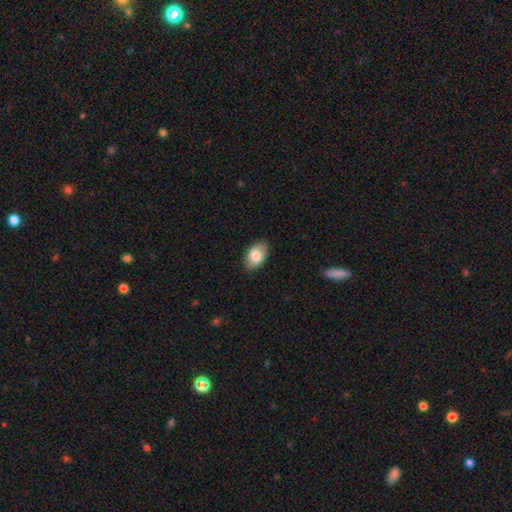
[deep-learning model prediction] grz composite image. It shows a smooth galaxy with no disk features (83%) that is in between round and cigar-shaped (89%). Merging: none (87%).